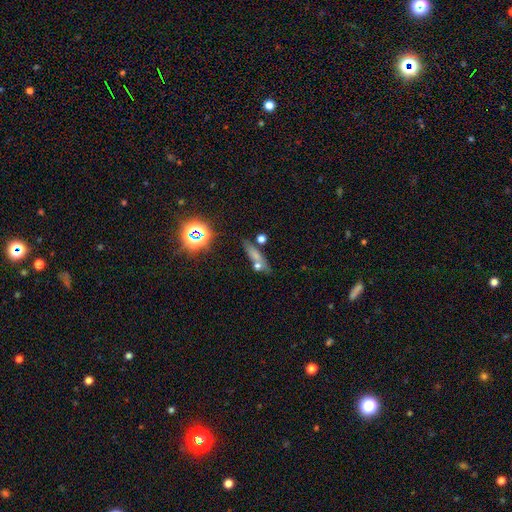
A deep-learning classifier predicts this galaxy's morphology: Overall: smooth (60%; featured or disk 21%). How rounded: cigar-shaped (64%; in between 29%). Merging: none (63%).